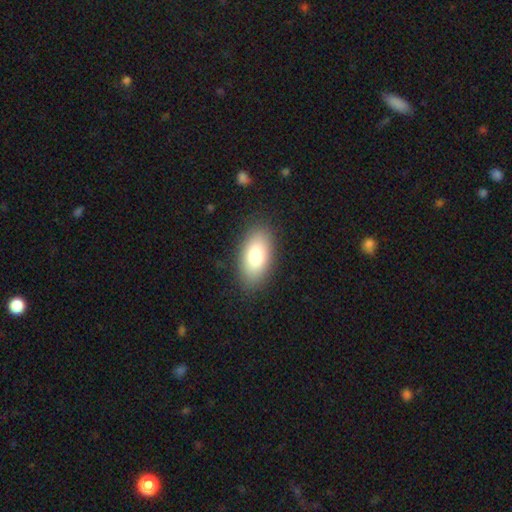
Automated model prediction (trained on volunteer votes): Smooth or featured: smooth — 79% (featured or disk — 13%)
How rounded: in between — 92% (round — 4%)
Merging: none — 87% (minor disturbance — 9%)